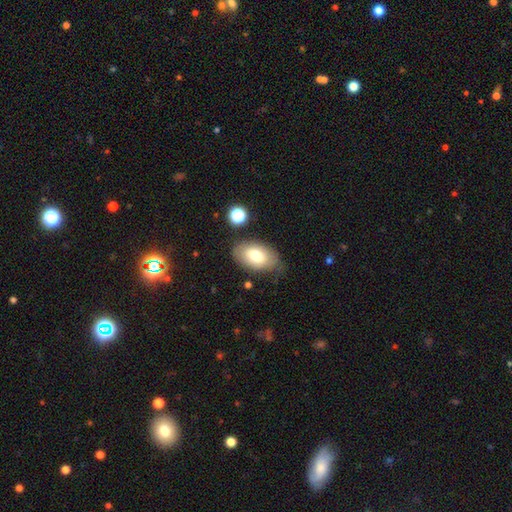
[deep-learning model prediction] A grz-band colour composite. It shows a smooth galaxy with no disk features (72%) that is in between round and cigar-shaped (91%). Merging: none (71%).